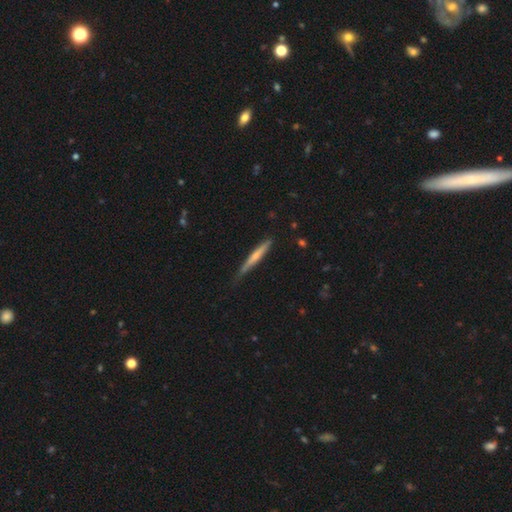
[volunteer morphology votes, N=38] smooth 53%, featured or disk 47%, star or artifact 0%. Down the decision tree: how rounded — cigar-shaped (90%); merging — none (71%).